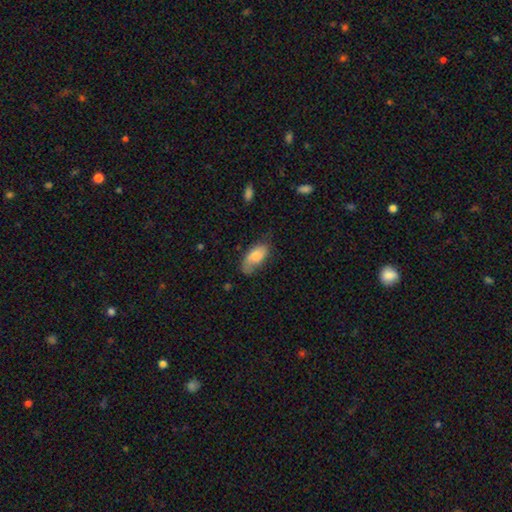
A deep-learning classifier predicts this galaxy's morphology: Smooth or featured? Predicted: smooth (p=0.75). How rounded? Predicted: in between (p=0.91). Merging? Predicted: none (p=0.51).